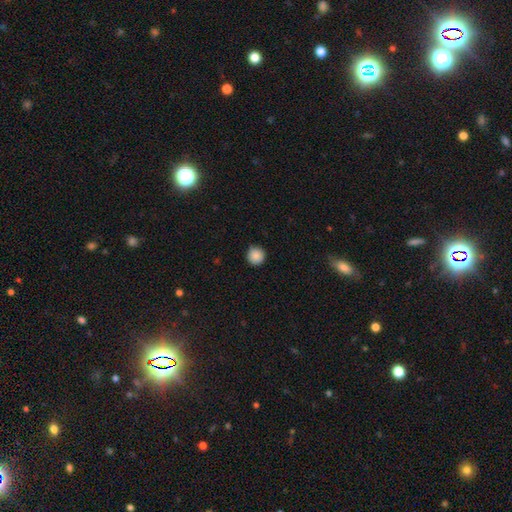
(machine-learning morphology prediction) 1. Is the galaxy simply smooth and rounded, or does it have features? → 87% smooth, 9% star or artifact, 4% featured or disk.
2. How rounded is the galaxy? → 95% round, 4% in between, 1% cigar-shaped.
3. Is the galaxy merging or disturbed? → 89% none, 8% minor disturbance, 2% major disturbance, 1% merger.